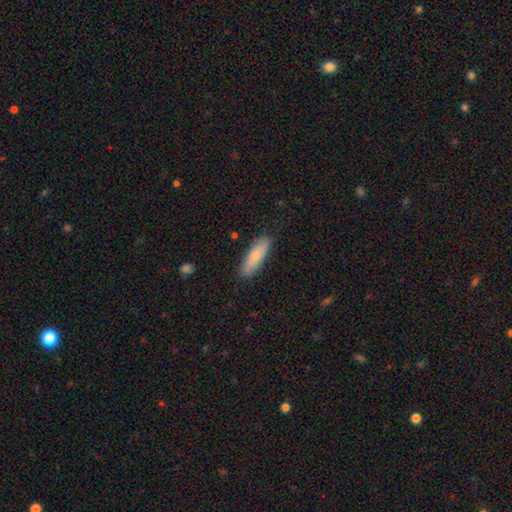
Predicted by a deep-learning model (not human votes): Smooth or featured: smooth — 77% (featured or disk — 17%)
How rounded: cigar-shaped — 52% (in between — 46%)
Merging: none — 86% (minor disturbance — 11%)